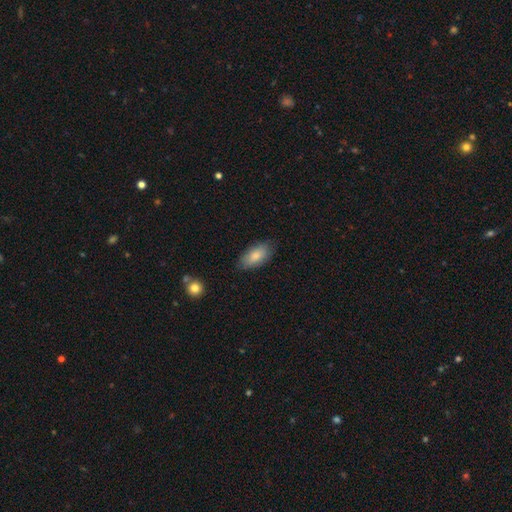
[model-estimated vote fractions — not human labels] Smooth or featured: smooth — 82% (featured or disk — 12%)
How rounded: in between — 91% (cigar-shaped — 6%)
Merging: none — 79% (minor disturbance — 17%)